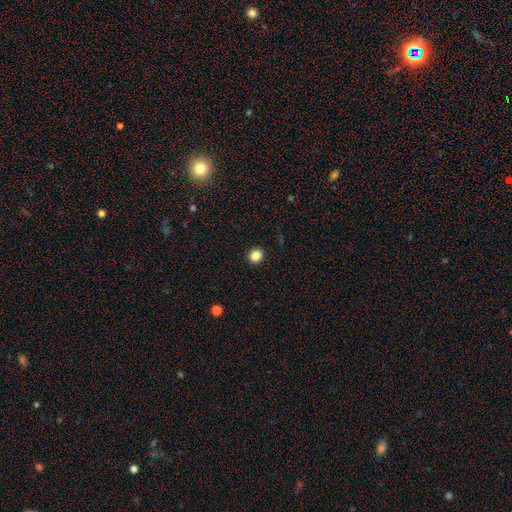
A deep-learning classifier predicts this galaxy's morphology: smooth_or_featured: smooth (p=0.85) [alt: star or artifact p=0.11]
how_rounded: round (p=0.81) [alt: in between p=0.18]
merging: none (p=0.92) [alt: minor disturbance p=0.05]